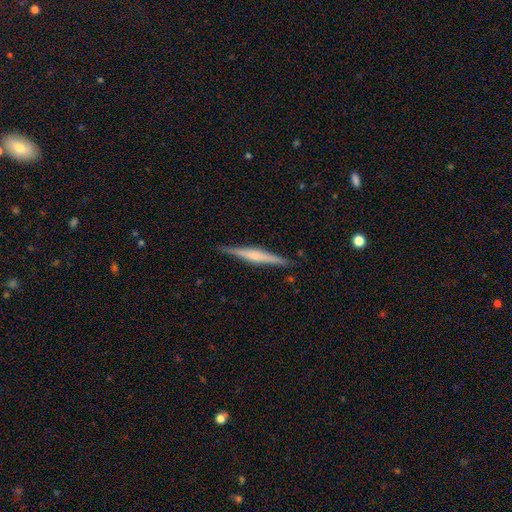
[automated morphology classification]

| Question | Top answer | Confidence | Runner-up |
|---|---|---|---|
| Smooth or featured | featured or disk | 71% | smooth (23%) |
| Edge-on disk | yes | 98% | no (2%) |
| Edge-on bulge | rounded | 61% | boxy (23%) |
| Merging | none | 90% | minor disturbance (7%) |